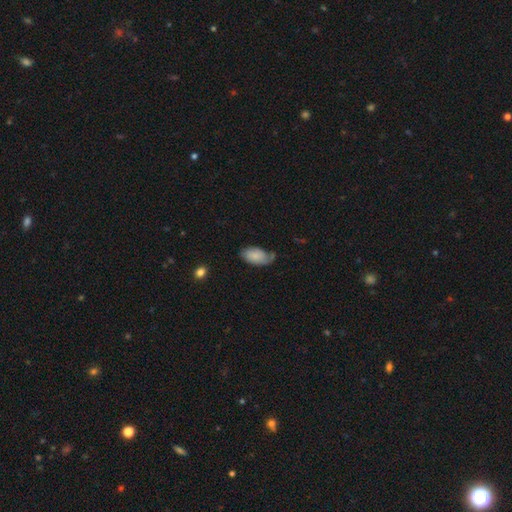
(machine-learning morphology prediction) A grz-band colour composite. It shows a smooth galaxy with no disk features (81%) that is in between round and cigar-shaped (94%). Merging: none (51%).